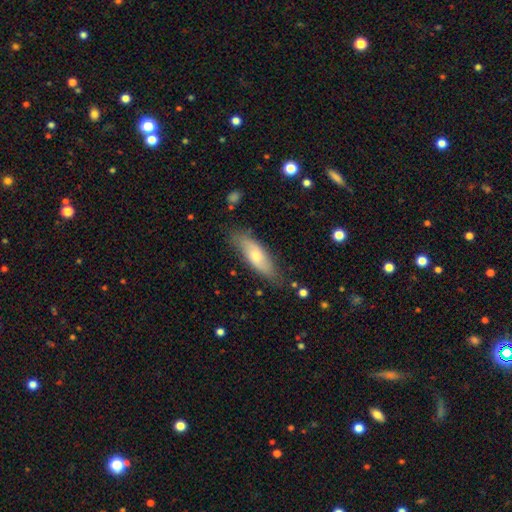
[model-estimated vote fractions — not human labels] The model was most divided on "how rounded": in between: 56%, cigar-shaped: 42%, round: 2%. More confident: merging — none (77%); smooth or featured — smooth (62%).